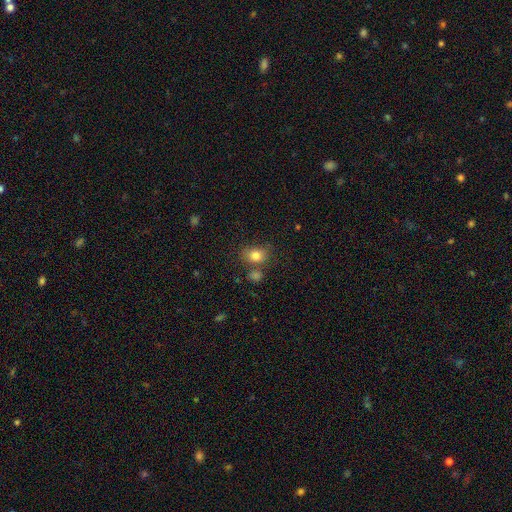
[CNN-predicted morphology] The model was most divided on "how rounded": in between: 54%, round: 45%, cigar-shaped: 1%. More confident: smooth or featured — smooth (81%); merging — none (63%).